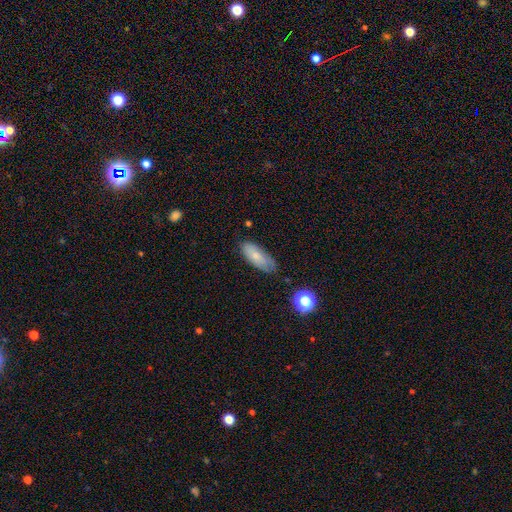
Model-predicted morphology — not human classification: Overall: smooth (76%). How rounded: in between (78%). Merging: none (68%).